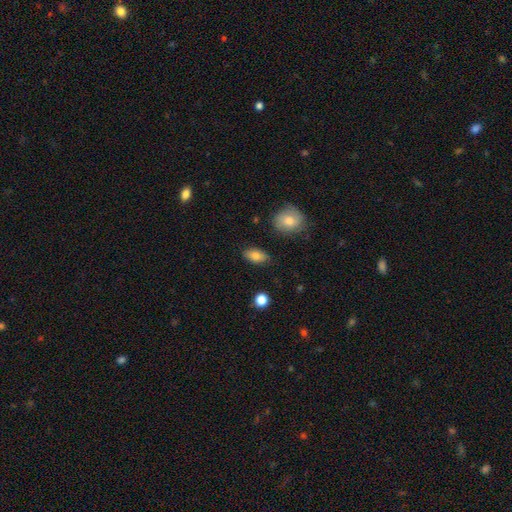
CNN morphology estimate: smooth-or-featured: smooth: 80% | featured or disk: 11% | star or artifact: 9%
  how-rounded: in between: 89% | round: 7% | cigar-shaped: 4%
  merging: none: 83% | minor disturbance: 13% | major disturbance: 3% | merger: 2%